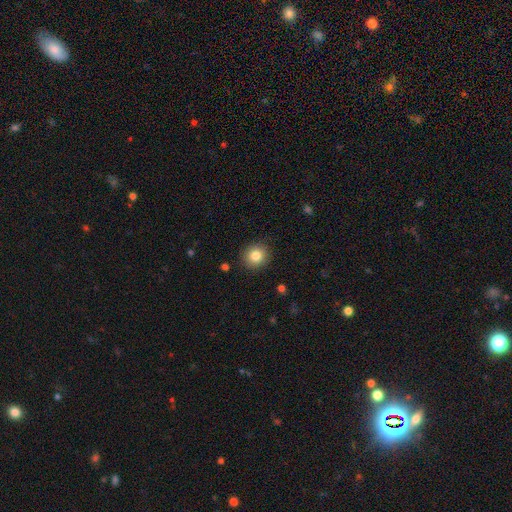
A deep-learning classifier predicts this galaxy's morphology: Smooth or featured? Predicted: smooth (p=0.83). How rounded? Predicted: round (p=0.87). Merging? Predicted: none (p=0.90).